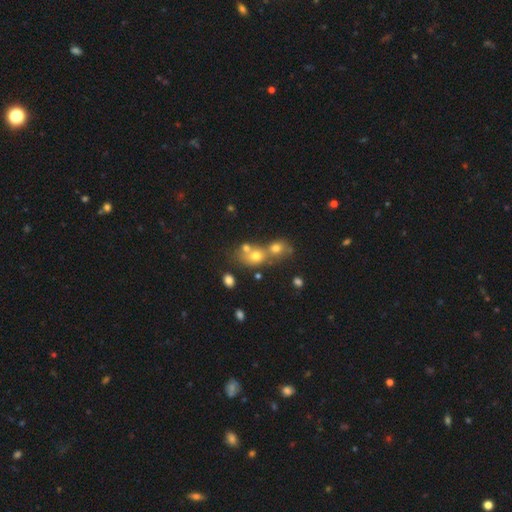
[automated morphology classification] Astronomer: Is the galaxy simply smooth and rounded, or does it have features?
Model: smooth — 63%.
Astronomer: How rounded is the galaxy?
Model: round — 62%.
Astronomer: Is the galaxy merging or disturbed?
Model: merger — 56%.